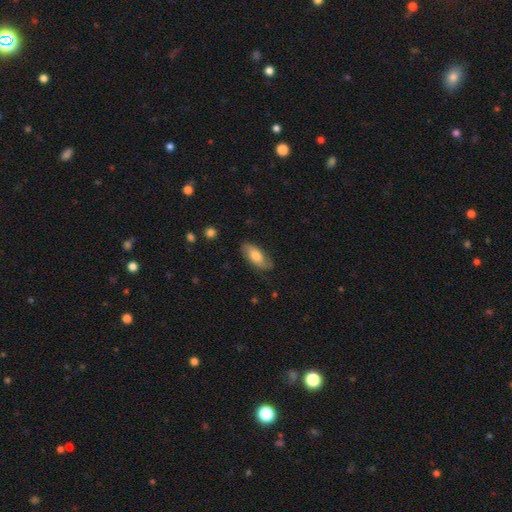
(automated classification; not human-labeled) Morphology: type=smooth (68%); roundness=in between (86%); merging=none (75%).